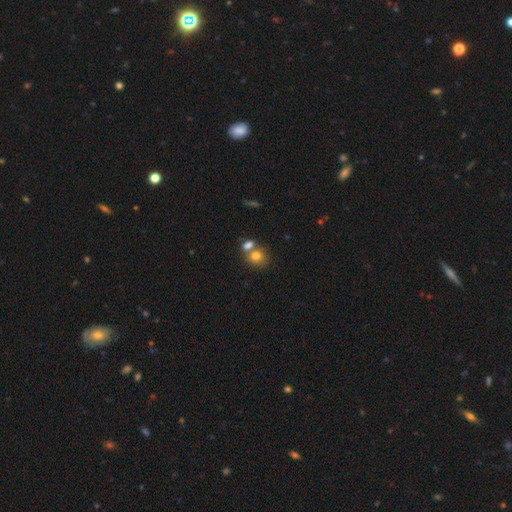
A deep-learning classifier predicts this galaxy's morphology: smooth 77%, featured or disk 12%, star or artifact 11%. Down the decision tree: how rounded — round (66%); merging — merger (44%, tied with none).